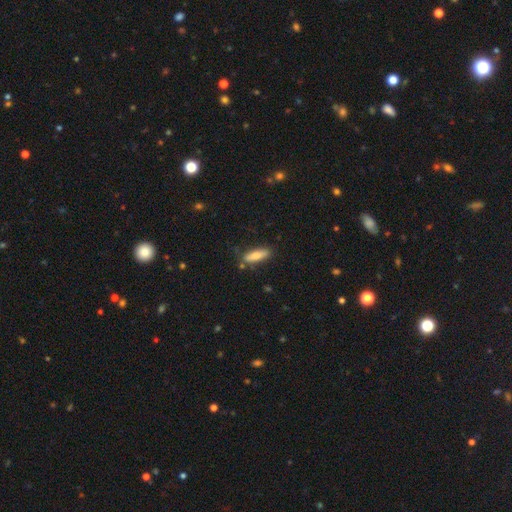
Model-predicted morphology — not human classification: This appears to be a smooth galaxy with no disk features (79%) that is cigar-shaped (55%). Merging: none (77%).